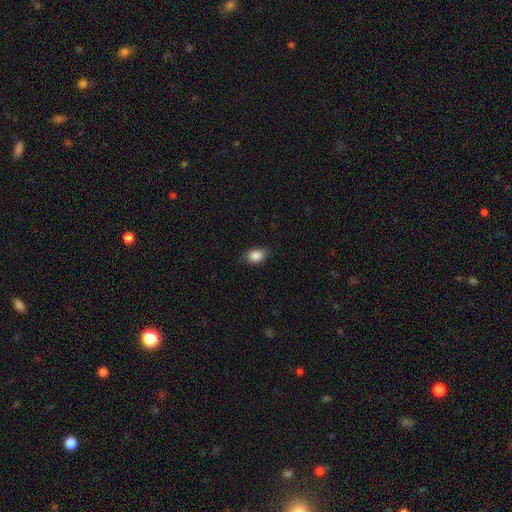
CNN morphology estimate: This appears to be a smooth galaxy with no disk features (86%) that is in between round and cigar-shaped (77%). Merging: none (77%).